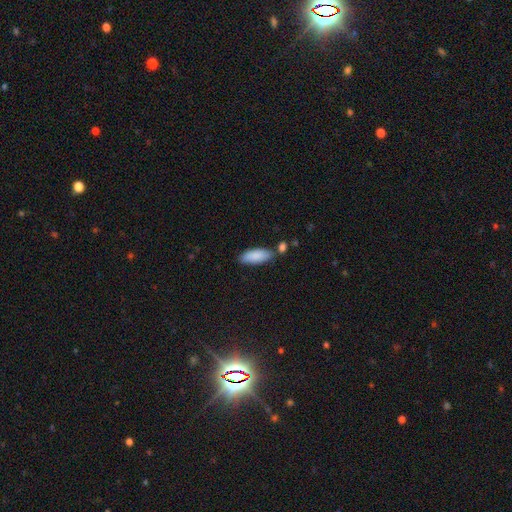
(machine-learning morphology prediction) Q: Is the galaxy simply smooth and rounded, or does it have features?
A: smooth — 87%.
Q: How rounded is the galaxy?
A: in between — 77%.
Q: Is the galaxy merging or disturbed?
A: none — 70%.